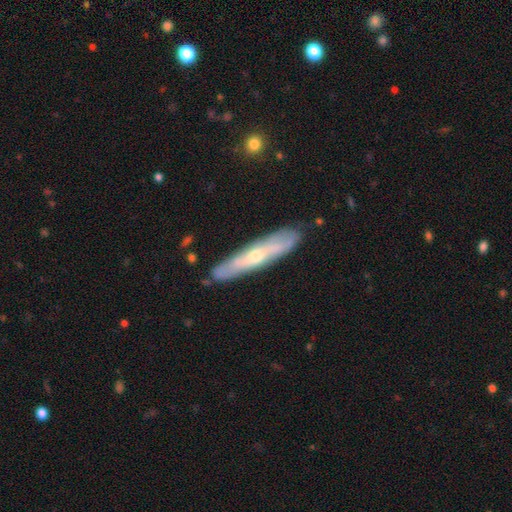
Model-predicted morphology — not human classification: This is likely a featured or disk galaxy (63%). It is likely viewed edge-on (66%). Merging: clearly none (85%).